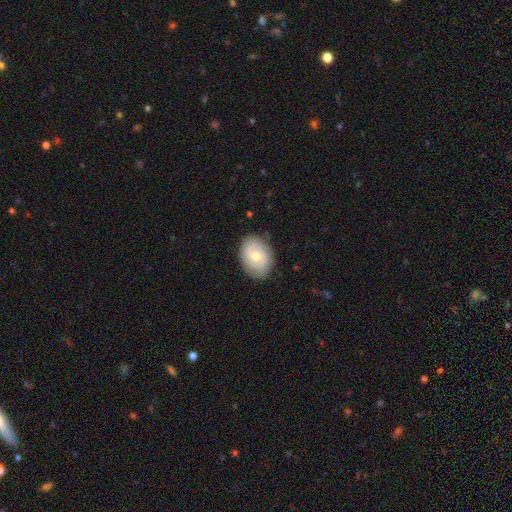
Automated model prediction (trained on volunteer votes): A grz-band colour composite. It shows a smooth galaxy with no disk features (53%) that is in between round and cigar-shaped (69%). Merging: none (80%).